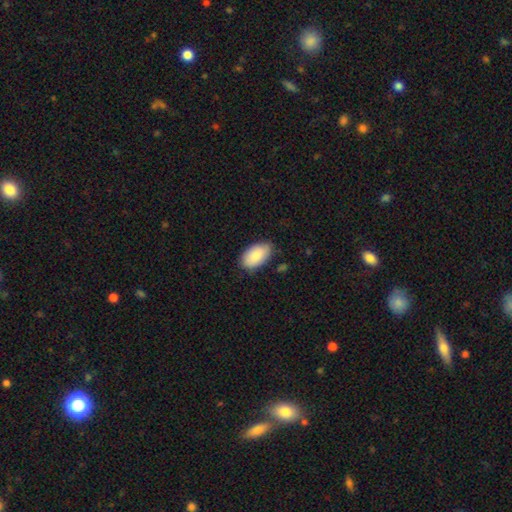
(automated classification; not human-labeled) Smooth or featured?
  - smooth: 86% *
  - featured or disk: 8%
  - star or artifact: 6%
How rounded?
  - in between: 95% *
  - round: 4%
  - cigar-shaped: 1%
Merging?
  - none: 80% *
  - minor disturbance: 16%
  - major disturbance: 3%
  - merger: 1%